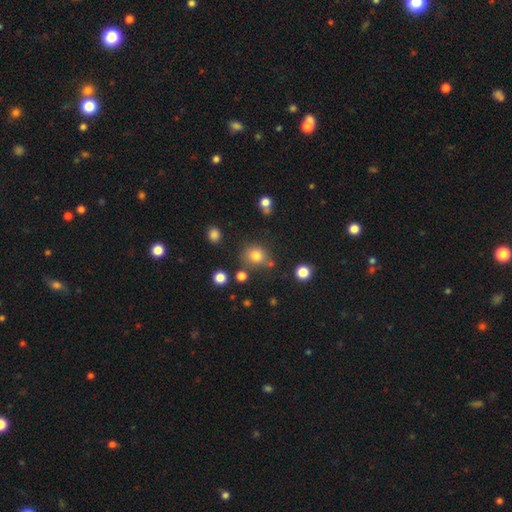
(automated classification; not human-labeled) A smooth galaxy with no disk features (78%) that is round (81%). Merging: none (73%).